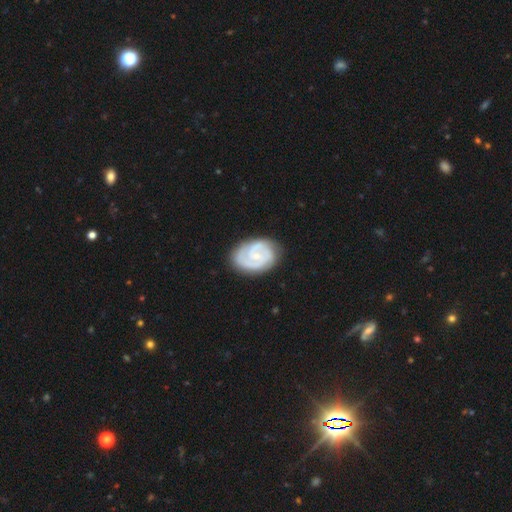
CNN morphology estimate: This appears to be a featured or disk galaxy (82%) with no bar (56%), 2 (66%) tight (59%) spiral arms (95%) and a small central bulge (72%). Merging: none (79%).